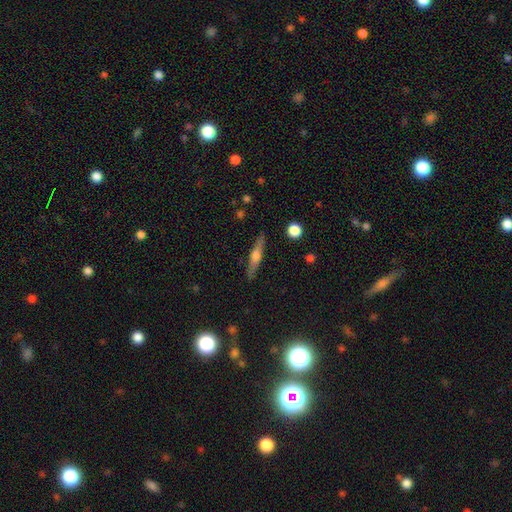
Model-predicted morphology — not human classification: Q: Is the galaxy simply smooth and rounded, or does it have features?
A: featured or disk — 60%.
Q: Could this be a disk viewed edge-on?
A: yes — 96%.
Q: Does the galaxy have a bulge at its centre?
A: rounded — 86%.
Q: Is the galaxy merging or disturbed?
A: none — 88%.